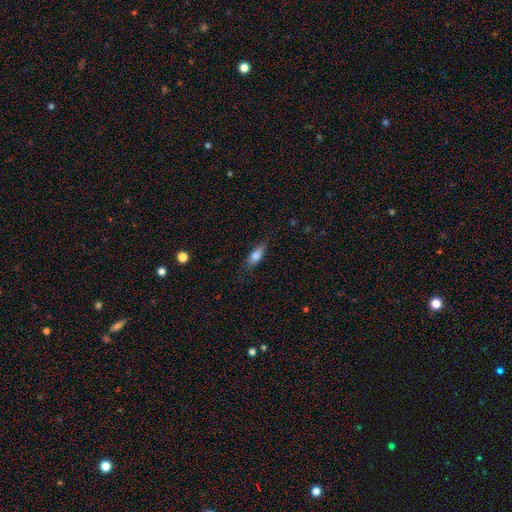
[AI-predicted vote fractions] Smooth or featured? smooth (78%)
How rounded? in between (71%)
Merging? none (76%)